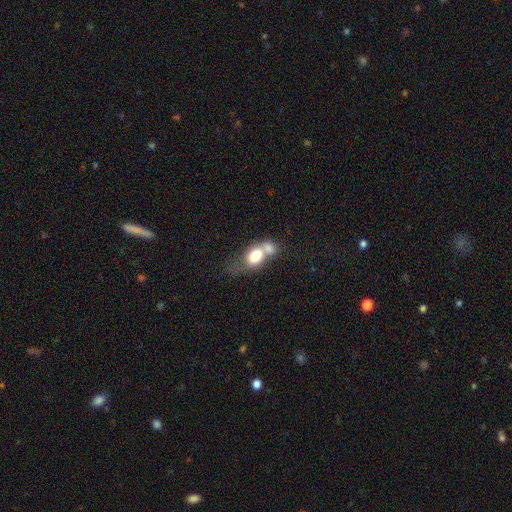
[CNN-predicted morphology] Overall: smooth (71%). How rounded: in between (72%). Merging: merger (68%).